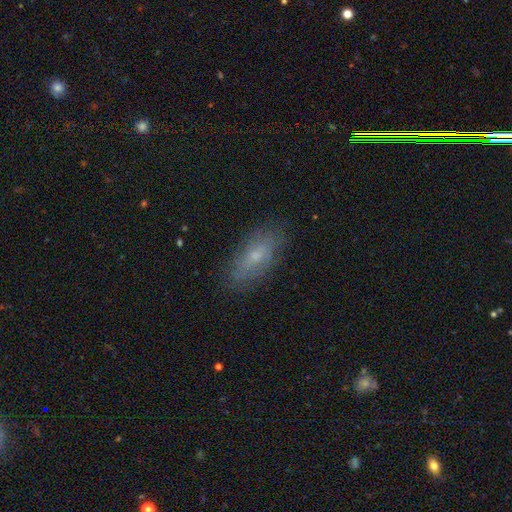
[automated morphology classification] A smooth galaxy with no disk features (58%) that is in between round and cigar-shaped (75%).

Vote fractions:
- Smooth or featured? smooth: 58% / featured or disk: 30% / star or artifact: 12%
- How rounded? in between: 75% / cigar-shaped: 21% / round: 4%
- Merging? none: 82% / minor disturbance: 14% / major disturbance: 3% / merger: 1%